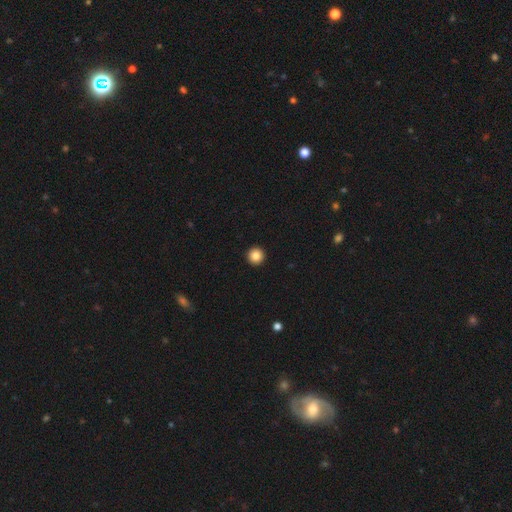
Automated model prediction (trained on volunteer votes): smooth 86%, star or artifact 10%, featured or disk 5%. Down the decision tree: how rounded — round (97%); merging — none (94%).